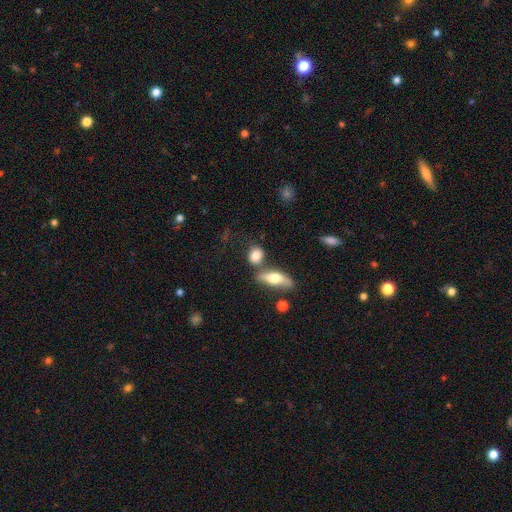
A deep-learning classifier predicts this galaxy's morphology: The model was most divided on "how rounded": in between: 58%, round: 34%, cigar-shaped: 8%. More confident: smooth or featured — smooth (79%); merging — none (56%).